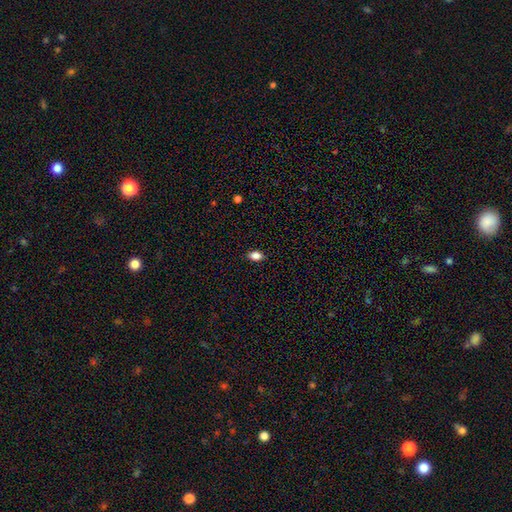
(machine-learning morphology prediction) Smooth or featured: smooth — 84% (star or artifact — 10%)
How rounded: in between — 84% (round — 13%)
Merging: none — 89% (minor disturbance — 8%)